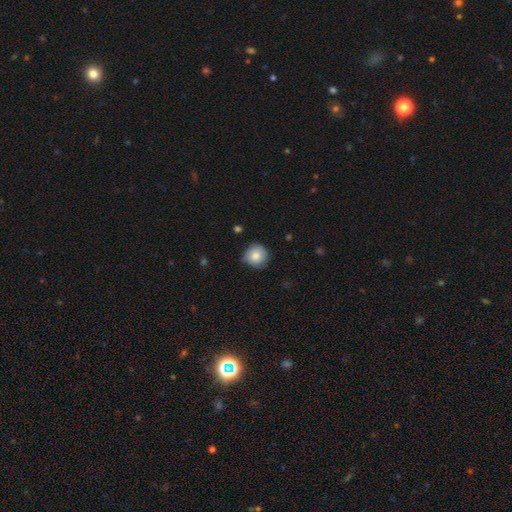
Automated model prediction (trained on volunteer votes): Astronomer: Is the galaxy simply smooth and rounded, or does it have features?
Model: smooth — 84%.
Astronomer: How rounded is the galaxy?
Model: round — 93%.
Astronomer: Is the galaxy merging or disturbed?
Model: none — 77%.